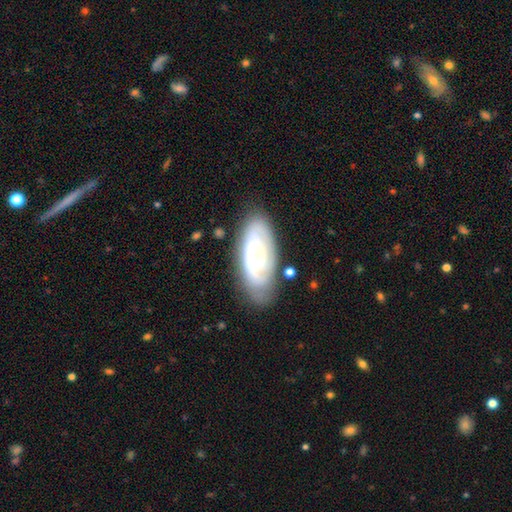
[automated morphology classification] A featured or disk galaxy (58%) with no bar (63%), spiral arms (74%) and a small central bulge (61%). Merging: none (71%).